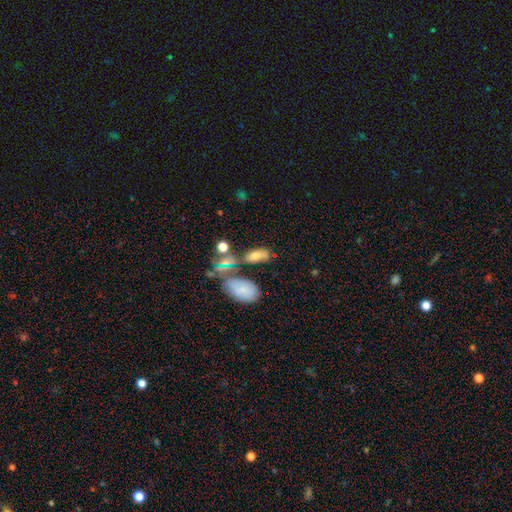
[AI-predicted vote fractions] This appears to be a smooth galaxy with no disk features (64%) that is in between round and cigar-shaped (85%). Merging: none (46%).